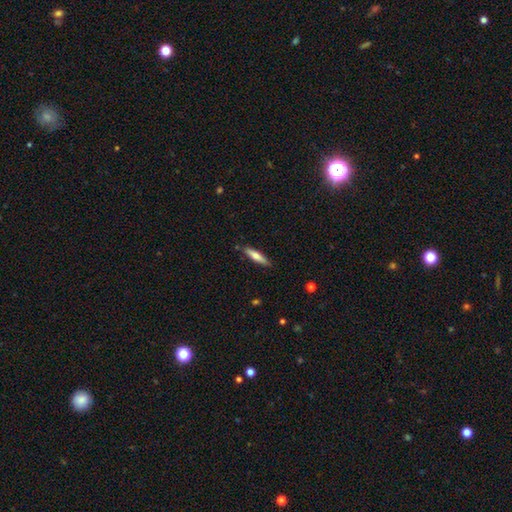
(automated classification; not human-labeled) A smooth galaxy with no disk features (61%) that is cigar-shaped (82%). Merging: none (87%).